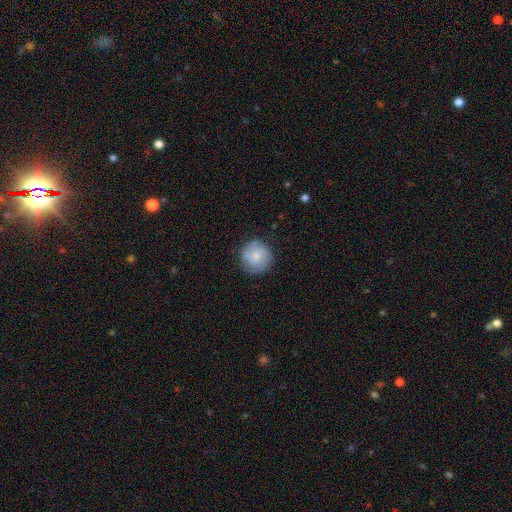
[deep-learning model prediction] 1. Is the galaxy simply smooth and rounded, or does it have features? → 69% smooth, 24% featured or disk, 7% star or artifact.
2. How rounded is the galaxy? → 94% round, 5% in between, 1% cigar-shaped.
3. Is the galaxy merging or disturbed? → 80% none, 15% minor disturbance, 4% major disturbance, 1% merger.